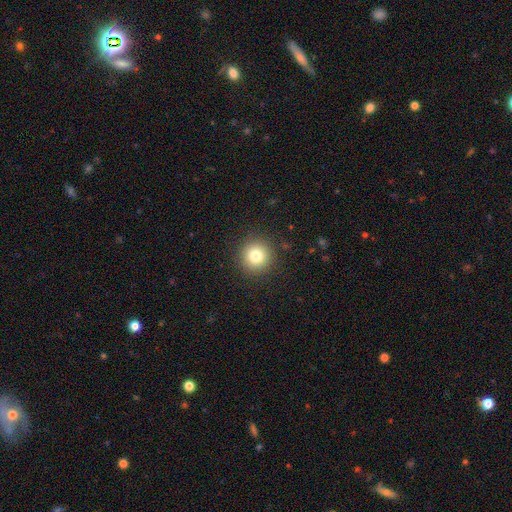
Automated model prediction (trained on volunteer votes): A smooth galaxy with no disk features (80%) that is round (94%).

Vote fractions:
- Smooth or featured? smooth: 80% / star or artifact: 12% / featured or disk: 8%
- How rounded? round: 94% / in between: 5% / cigar-shaped: 1%
- Merging? none: 91% / minor disturbance: 6% / major disturbance: 2% / merger: 1%